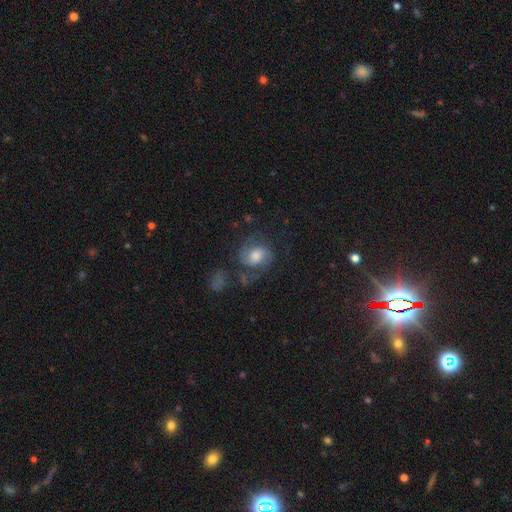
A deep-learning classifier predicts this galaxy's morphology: Smooth or featured: featured or disk — 60% (smooth — 30%)
Edge-on disk: no — 97% (yes — 3%)
Bar: no — 56% (weak — 36%)
Spiral arms: yes — 87% (no — 13%)
Spiral winding: medium — 50% (tight — 27%)
Spiral arm count: 2 — 80% (can't tell — 9%)
Bulge size: moderate — 51% (large — 29%)
Merging: none — 53% (major disturbance — 20%)